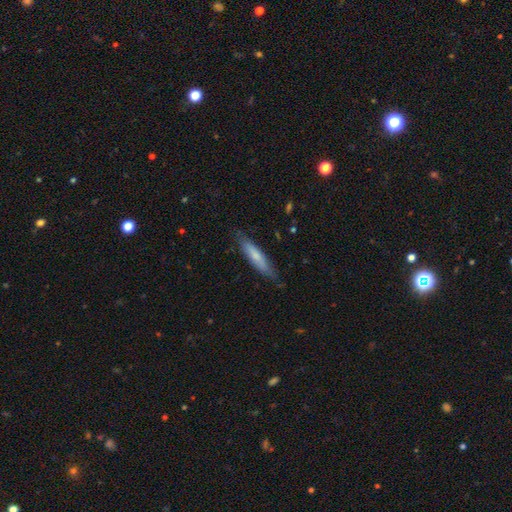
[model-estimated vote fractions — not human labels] Smooth or featured?
  - smooth: 66% *
  - featured or disk: 28%
  - star or artifact: 5%
How rounded?
  - cigar-shaped: 86% *
  - in between: 13%
  - round: 1%
Merging?
  - none: 81% *
  - minor disturbance: 15%
  - major disturbance: 2%
  - merger: 1%